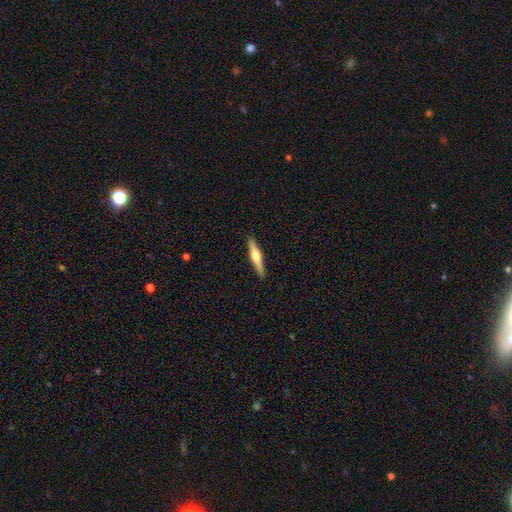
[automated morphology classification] smooth_or_featured: featured or disk (p=0.57) [alt: smooth p=0.38]
disk_edge_on: yes (p=0.96) [alt: no p=0.04]
edge_on_bulge: rounded (p=0.92) [alt: boxy p=0.05]
merging: none (p=0.90) [alt: minor disturbance p=0.08]